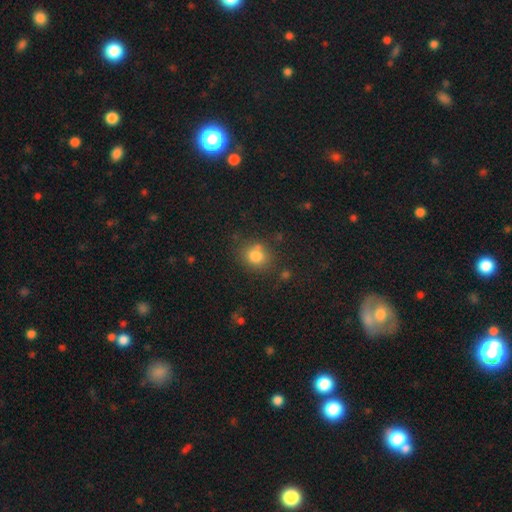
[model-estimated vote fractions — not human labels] Smooth or featured? smooth (80%)
How rounded? round (74%)
Merging? none (70%)